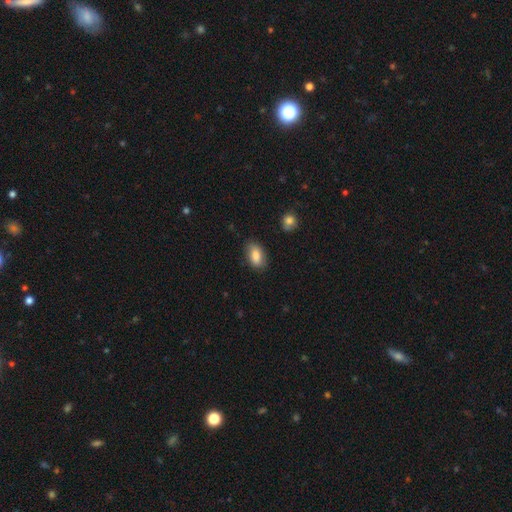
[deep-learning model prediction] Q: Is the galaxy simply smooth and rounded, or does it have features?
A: smooth — 85%.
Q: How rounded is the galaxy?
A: in between — 92%.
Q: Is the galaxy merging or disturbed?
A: none — 80%.